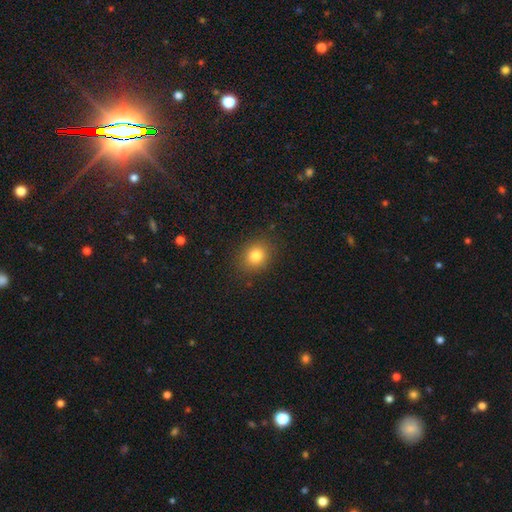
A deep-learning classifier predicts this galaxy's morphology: A smooth galaxy with no disk features (82%) that is round (66%).

Vote fractions:
- Smooth or featured? smooth: 82% / star or artifact: 12% / featured or disk: 7%
- How rounded? round: 66% / in between: 33% / cigar-shaped: 1%
- Merging? none: 87% / minor disturbance: 9% / major disturbance: 3% / merger: 1%